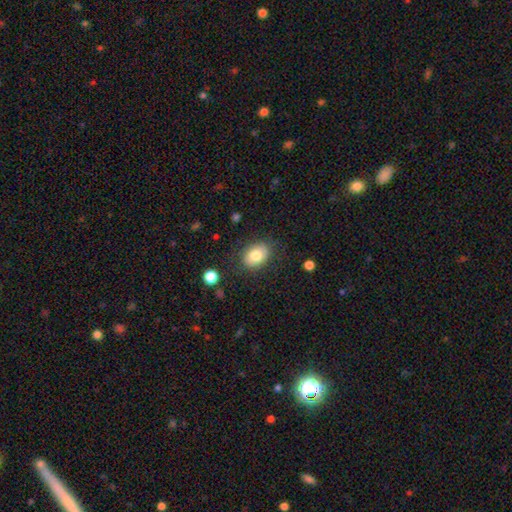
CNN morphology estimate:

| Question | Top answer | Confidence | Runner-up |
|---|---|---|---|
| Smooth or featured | smooth | 79% | featured or disk (12%) |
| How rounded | in between | 74% | round (26%) |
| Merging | none | 81% | minor disturbance (14%) |